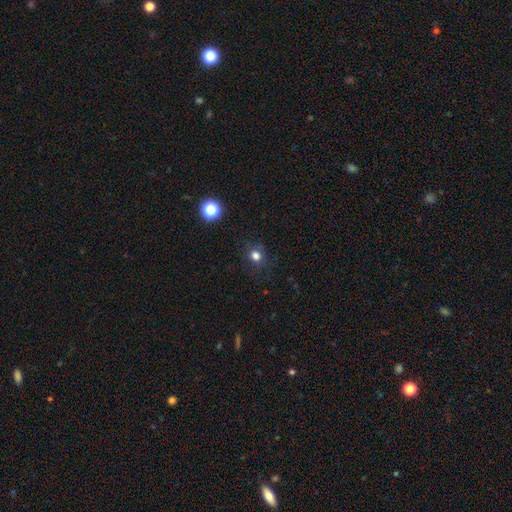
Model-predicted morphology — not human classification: smooth-or-featured: smooth: 77% | star or artifact: 17% | featured or disk: 5%
  how-rounded: round: 80% | in between: 19% | cigar-shaped: 1%
  merging: none: 84% | minor disturbance: 11% | major disturbance: 4% | merger: 1%